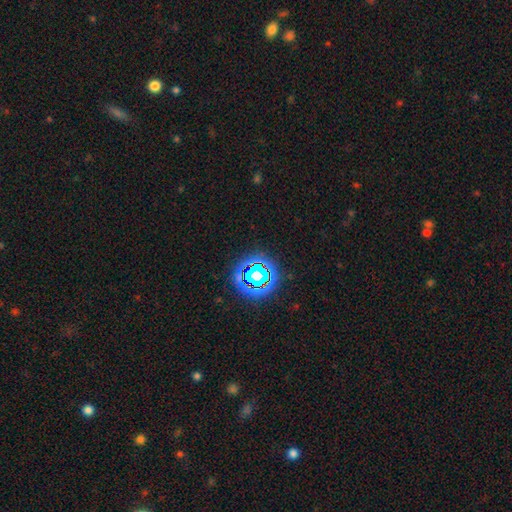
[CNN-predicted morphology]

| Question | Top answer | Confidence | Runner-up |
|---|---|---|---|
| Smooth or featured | star or artifact | 79% | smooth (14%) |